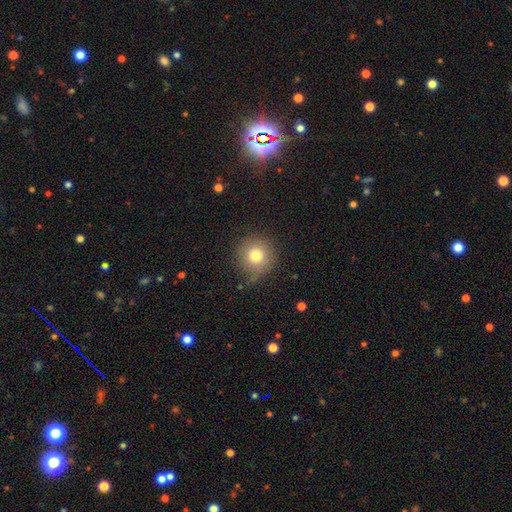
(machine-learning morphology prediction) The model was most divided on "merging": none: 76%, minor disturbance: 17%, major disturbance: 6%, merger: 2%. More confident: how rounded — round (94%); smooth or featured — smooth (77%).